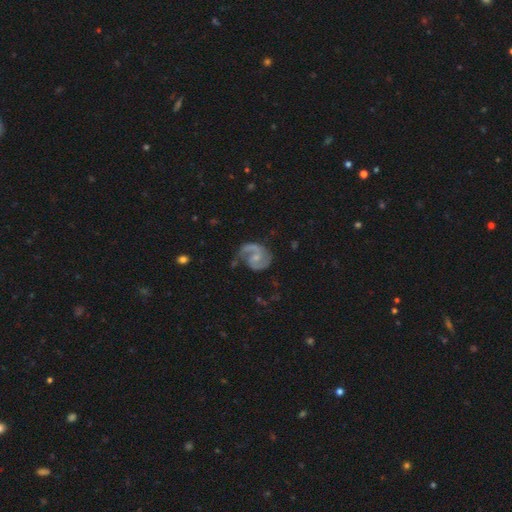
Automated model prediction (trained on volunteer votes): Smooth or featured?
  - featured or disk: 87% *
  - smooth: 8%
  - star or artifact: 5%
Edge-on disk?
  - no: 98% *
  - yes: 2%
Bar?
  - no: 51% *
  - weak: 40%
  - strong: 9%
Spiral arms?
  - yes: 97% *
  - no: 3%
Spiral winding?
  - medium: 54% *
  - tight: 28%
  - loose: 18%
Spiral arm count?
  - 2: 86% *
  - 1: 7%
  - can't tell: 3%
  - 3: 2%
  - 4: 1%
  - more than 4: 1%
Bulge size?
  - small: 58% *
  - moderate: 31%
  - none: 9%
  - large: 2%
  - dominant: 1%
Merging?
  - none: 64% *
  - minor disturbance: 22%
  - major disturbance: 11%
  - merger: 2%